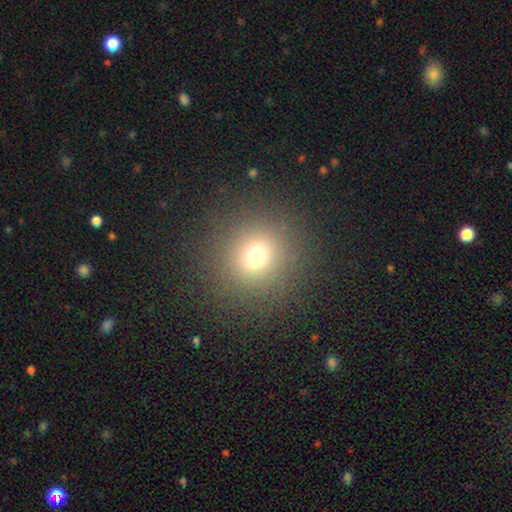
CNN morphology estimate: Smooth or featured: smooth — 69% (star or artifact — 21%)
How rounded: round — 92% (in between — 7%)
Merging: none — 88% (minor disturbance — 6%)